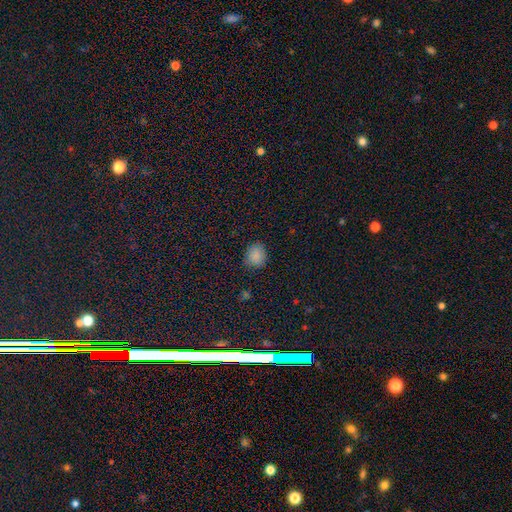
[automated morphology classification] Smooth or featured?
  - smooth: 84% *
  - star or artifact: 12%
  - featured or disk: 4%
How rounded?
  - round: 68% *
  - in between: 31%
  - cigar-shaped: 1%
Merging?
  - none: 82% *
  - minor disturbance: 14%
  - major disturbance: 3%
  - merger: 1%